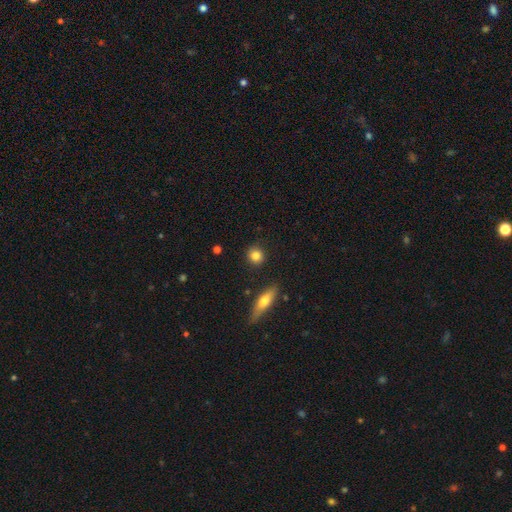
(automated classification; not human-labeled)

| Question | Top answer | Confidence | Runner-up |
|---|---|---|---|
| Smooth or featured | smooth | 83% | star or artifact (9%) |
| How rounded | round | 88% | in between (10%) |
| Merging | none | 89% | minor disturbance (7%) |